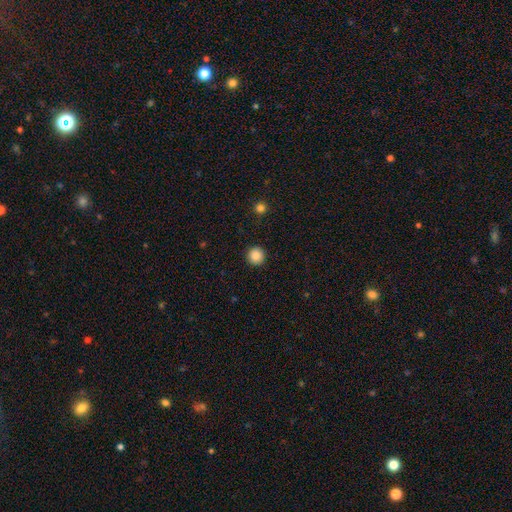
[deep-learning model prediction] Smooth or featured? Predicted: smooth (p=0.87). How rounded? Predicted: round (p=0.96). Merging? Predicted: none (p=0.93).